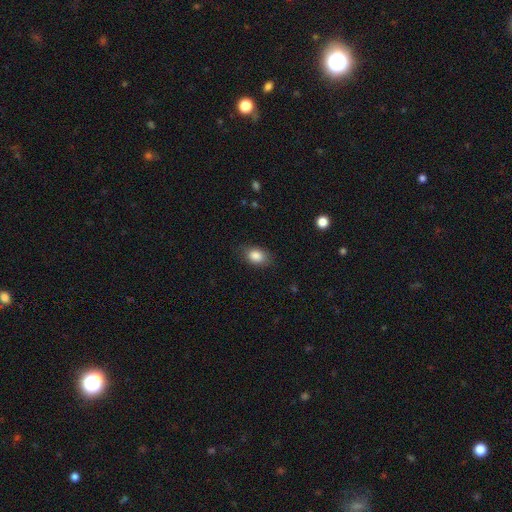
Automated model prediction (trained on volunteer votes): This is clearly a smooth galaxy (86%). How rounded: clearly in between (81%). Merging: likely none (79%).